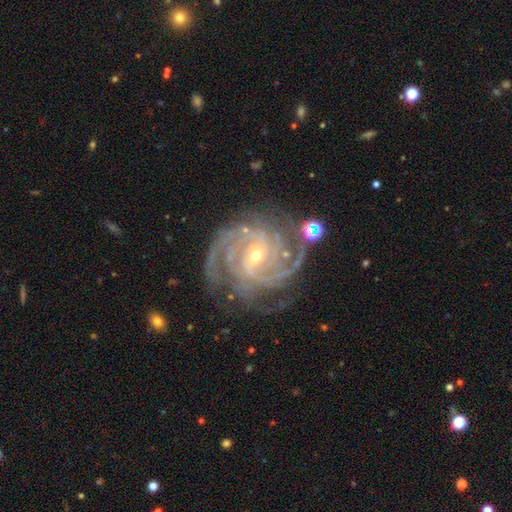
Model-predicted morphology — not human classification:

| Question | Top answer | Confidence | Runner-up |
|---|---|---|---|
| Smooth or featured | featured or disk | 92% | star or artifact (5%) |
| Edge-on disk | no | 98% | yes (2%) |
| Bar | weak | 42% | no (39%) |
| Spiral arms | yes | 99% | no (1%) |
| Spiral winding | tight | 69% | medium (28%) |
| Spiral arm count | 4 | 32% | 3 (23%) |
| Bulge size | small | 67% | moderate (30%) |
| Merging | none | 74% | minor disturbance (16%) |